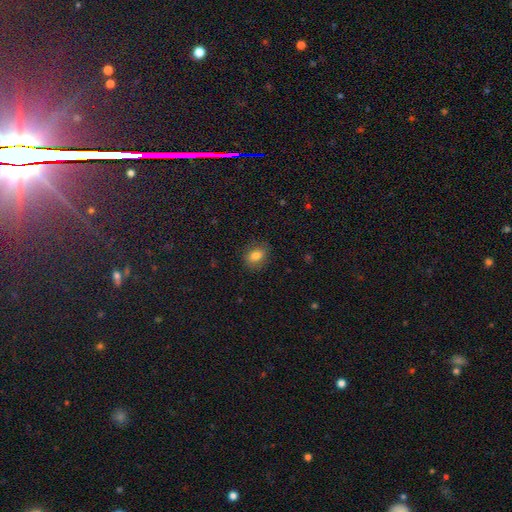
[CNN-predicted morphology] smooth 81%, star or artifact 10%, featured or disk 9%. Down the decision tree: how rounded — in between (64%); merging — none (82%).